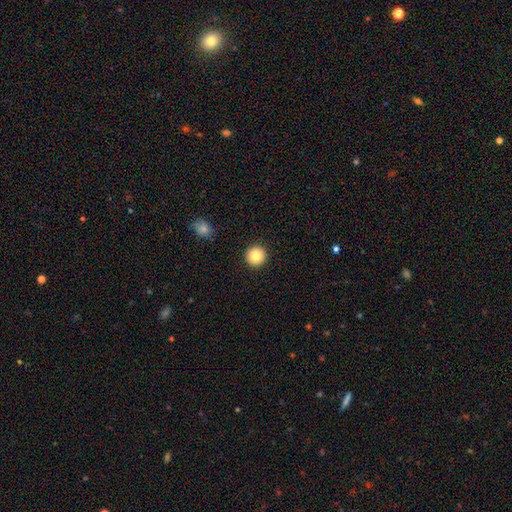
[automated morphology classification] smooth_or_featured: smooth (p=0.84) [alt: star or artifact p=0.09]
how_rounded: round (p=0.96) [alt: in between p=0.03]
merging: none (p=0.93) [alt: minor disturbance p=0.04]